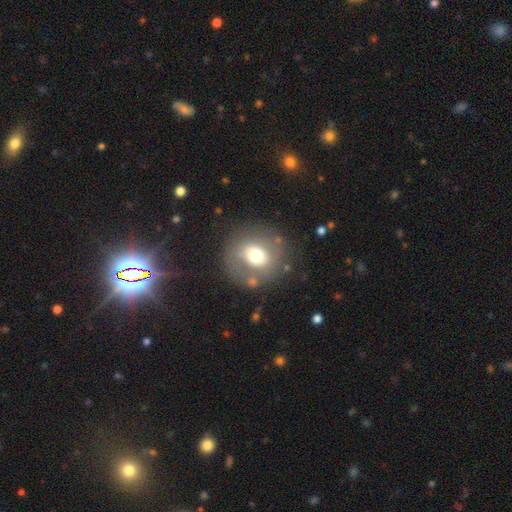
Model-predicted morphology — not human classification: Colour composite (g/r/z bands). It shows a smooth galaxy with no disk features (58%) that is round (84%). Merging: none (73%).